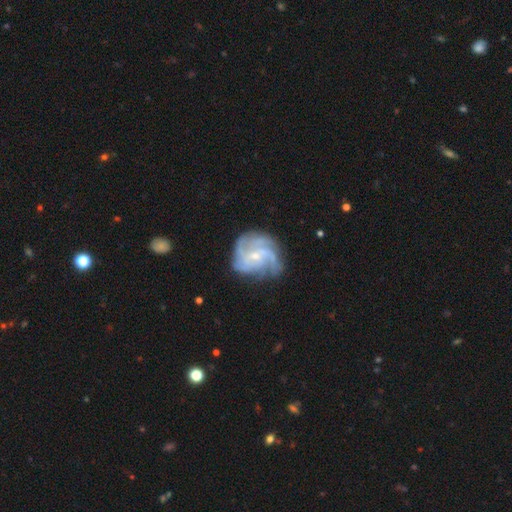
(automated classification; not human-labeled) Smooth or featured: featured or disk — 83% (smooth — 10%)
Edge-on disk: no — 98% (yes — 2%)
Bar: no — 52% (weak — 41%)
Spiral arms: yes — 94% (no — 6%)
Spiral winding: medium — 44% (tight — 36%)
Spiral arm count: 4 — 29% (3 — 25%)
Bulge size: small — 73% (moderate — 22%)
Merging: none — 64% (minor disturbance — 21%)